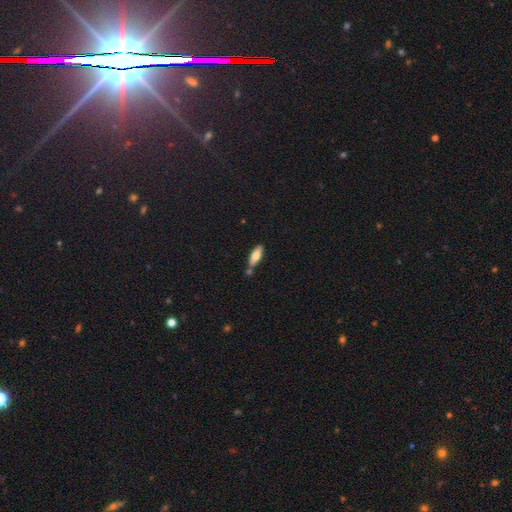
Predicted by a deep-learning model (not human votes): Smooth or featured?
  - smooth: 70% *
  - featured or disk: 23%
  - star or artifact: 6%
How rounded?
  - in between: 64% *
  - cigar-shaped: 34%
  - round: 2%
Merging?
  - none: 68% *
  - minor disturbance: 15%
  - merger: 14%
  - major disturbance: 3%